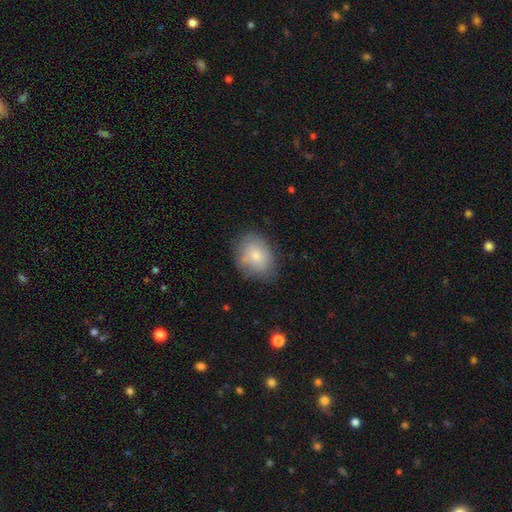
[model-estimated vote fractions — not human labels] Smooth or featured?
  - smooth: 75% *
  - featured or disk: 17%
  - star or artifact: 8%
How rounded?
  - in between: 62% *
  - round: 37%
  - cigar-shaped: 1%
Merging?
  - none: 69% *
  - minor disturbance: 23%
  - major disturbance: 6%
  - merger: 2%